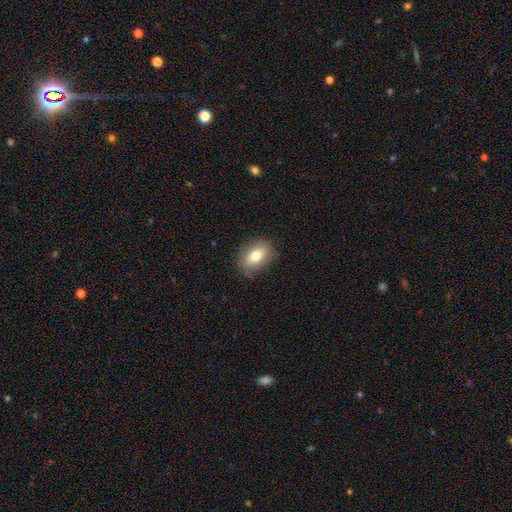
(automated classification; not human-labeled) Q: Smooth or featured?
A: smooth (75%); runner-up: featured or disk (16%)
Q: How rounded?
A: in between (77%); runner-up: round (21%)
Q: Merging?
A: none (84%); runner-up: minor disturbance (12%)